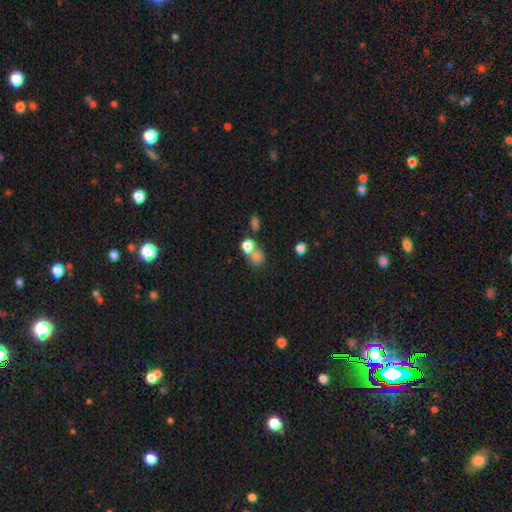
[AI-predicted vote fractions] This appears to be a smooth galaxy with no disk features (76%) that is round (71%). Merging: merger (45%).